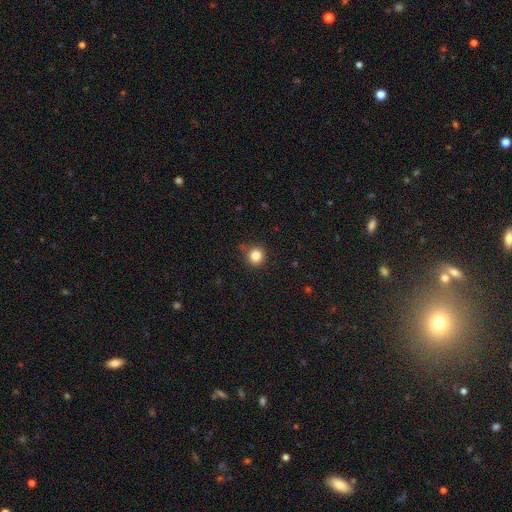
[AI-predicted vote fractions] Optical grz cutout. It shows a smooth galaxy with no disk features (83%) that is round (93%). Merging: none (85%).